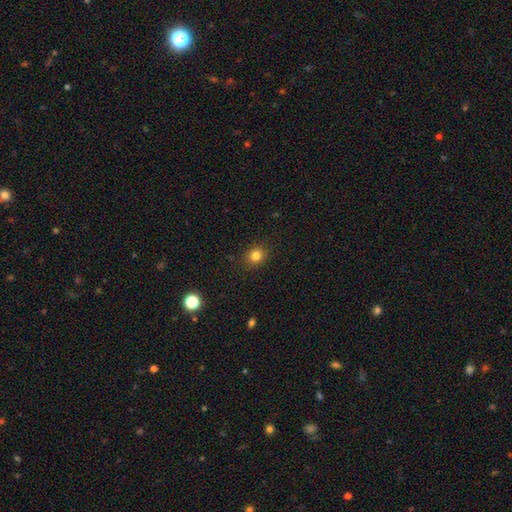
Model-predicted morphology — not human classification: A smooth galaxy with no disk features (81%) that is round (78%).

Vote fractions:
- Smooth or featured? smooth: 81% / star or artifact: 13% / featured or disk: 6%
- How rounded? round: 78% / in between: 21% / cigar-shaped: 1%
- Merging? none: 90% / minor disturbance: 7% / major disturbance: 2% / merger: 1%